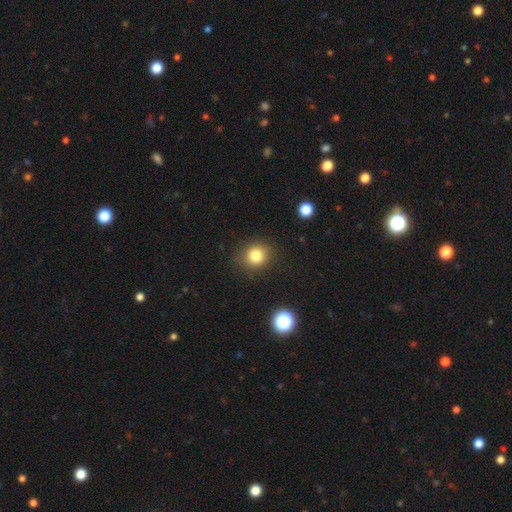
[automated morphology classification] Smooth or featured?
  - smooth: 81% *
  - star or artifact: 12%
  - featured or disk: 6%
How rounded?
  - round: 80% *
  - in between: 19%
  - cigar-shaped: 1%
Merging?
  - none: 87% *
  - minor disturbance: 9%
  - major disturbance: 3%
  - merger: 1%